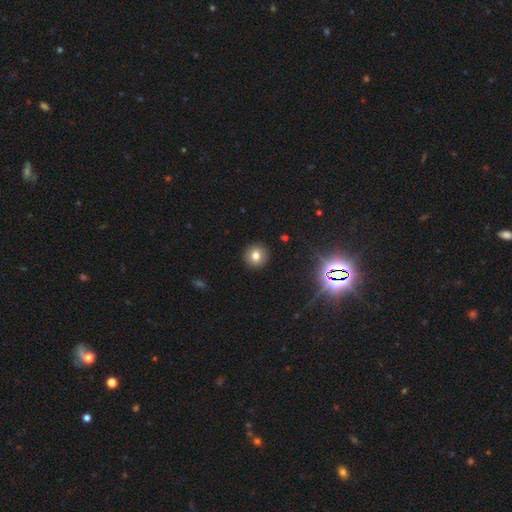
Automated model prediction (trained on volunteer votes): Morphology: type=smooth (76%); roundness=round (93%); merging=none (92%).